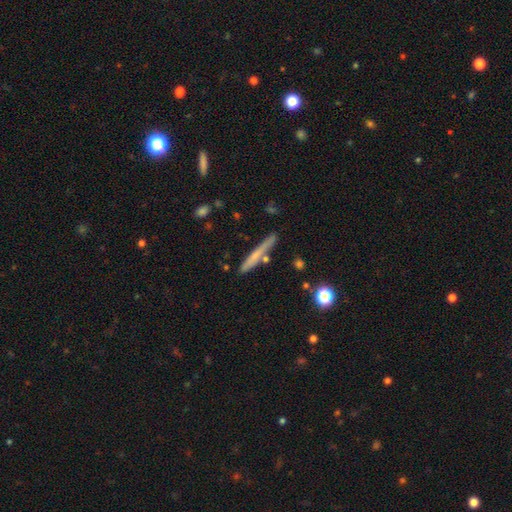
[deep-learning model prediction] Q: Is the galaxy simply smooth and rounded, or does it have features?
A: smooth — 57%.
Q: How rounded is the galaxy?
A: cigar-shaped — 95%.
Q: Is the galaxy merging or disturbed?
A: none — 77%.